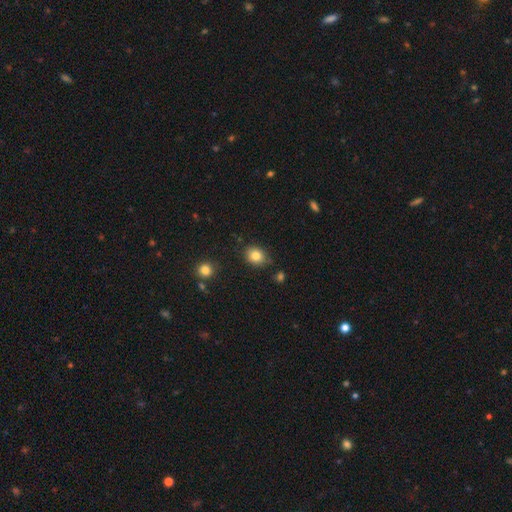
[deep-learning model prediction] Q: Smooth or featured?
A: smooth (83%); runner-up: star or artifact (10%)
Q: How rounded?
A: round (60%); runner-up: in between (39%)
Q: Merging?
A: none (82%); runner-up: minor disturbance (12%)